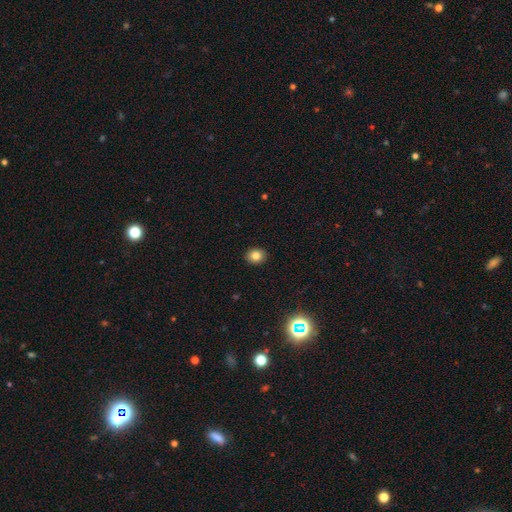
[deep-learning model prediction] Smooth or featured? Predicted: smooth (p=0.81). How rounded? Predicted: round (p=0.62). Merging? Predicted: none (p=0.91).